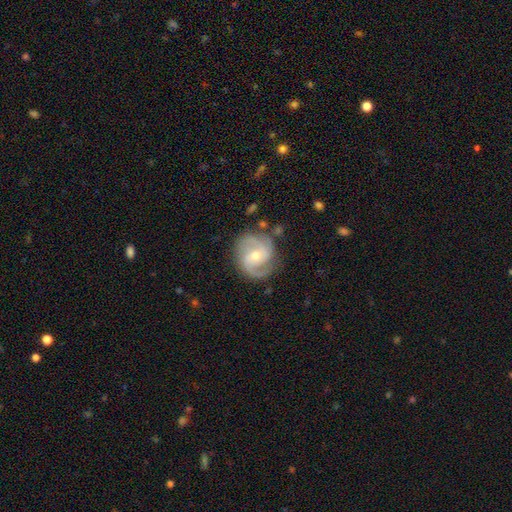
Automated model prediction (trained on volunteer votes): Morphology: type=featured or disk (88%); edge-on=no (98%); bar=no (52%); spiral arms=yes (97%); winding=medium (50%); arm count=2 (74%); bulge=moderate (58%); merging=none (78%).